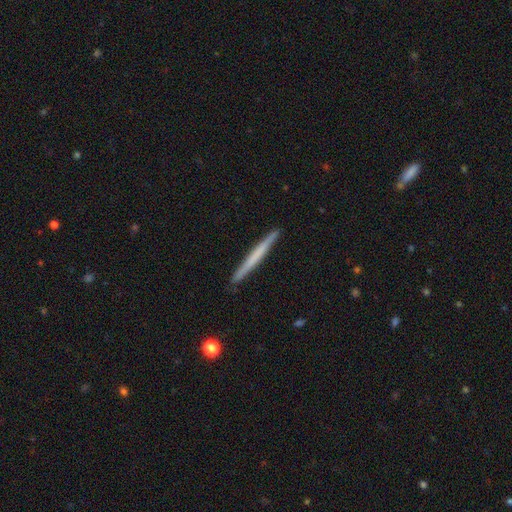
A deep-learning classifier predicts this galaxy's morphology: A smooth galaxy with no disk features (52%) that is cigar-shaped (97%).

Vote fractions:
- Smooth or featured? smooth: 52% / featured or disk: 42% / star or artifact: 6%
- How rounded? cigar-shaped: 97% / in between: 2% / round: 1%
- Merging? none: 92% / minor disturbance: 6% / major disturbance: 1% / merger: 1%